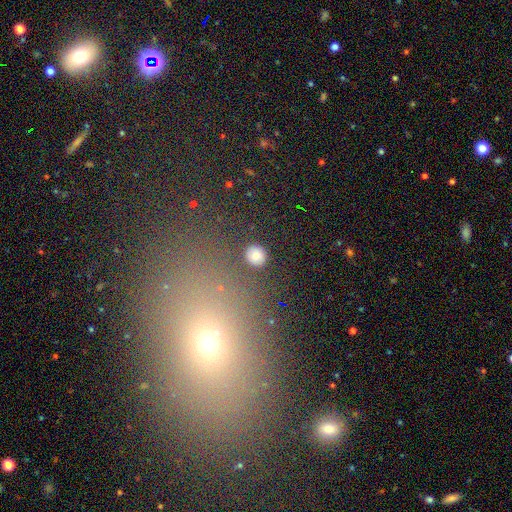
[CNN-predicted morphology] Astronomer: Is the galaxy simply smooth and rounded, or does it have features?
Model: smooth — 77%.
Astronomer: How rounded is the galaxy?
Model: round — 84%.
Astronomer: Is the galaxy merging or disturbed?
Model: none — 88%.